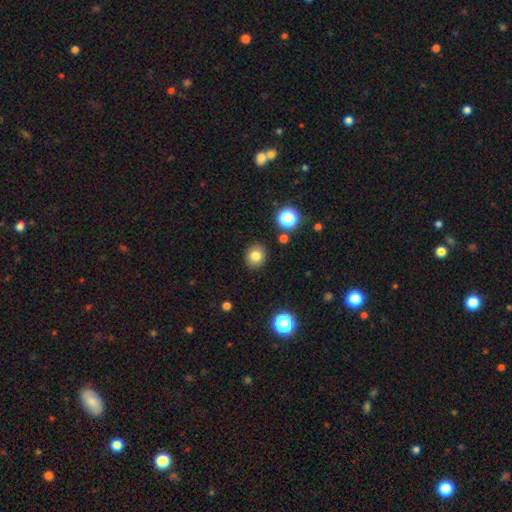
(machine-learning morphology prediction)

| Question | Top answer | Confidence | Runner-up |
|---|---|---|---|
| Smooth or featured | smooth | 80% | star or artifact (12%) |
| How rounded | round | 74% | in between (25%) |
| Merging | none | 89% | minor disturbance (7%) |